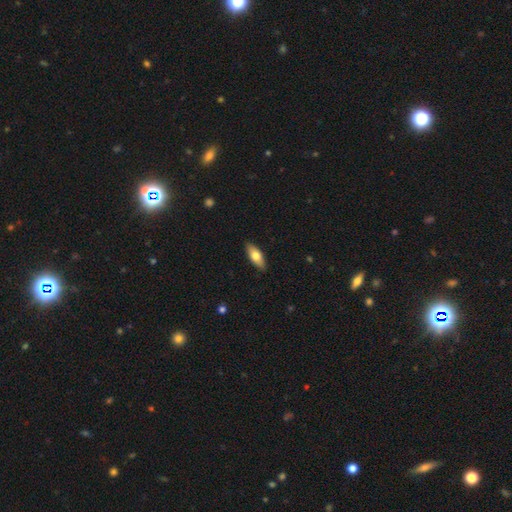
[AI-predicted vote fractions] Smooth or featured?
  - smooth: 70% *
  - featured or disk: 24%
  - star or artifact: 6%
How rounded?
  - in between: 73% *
  - cigar-shaped: 24%
  - round: 3%
Merging?
  - none: 88% *
  - minor disturbance: 9%
  - major disturbance: 2%
  - merger: 1%